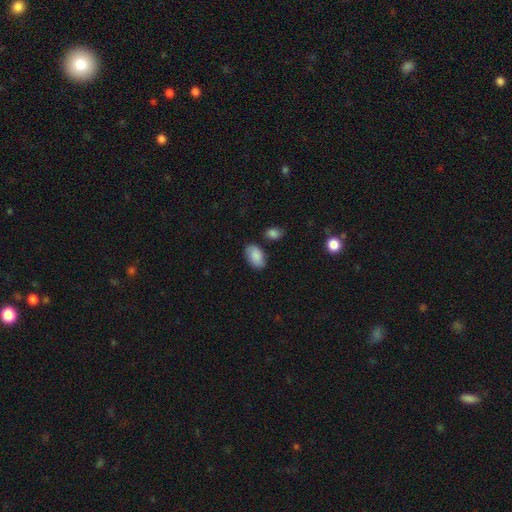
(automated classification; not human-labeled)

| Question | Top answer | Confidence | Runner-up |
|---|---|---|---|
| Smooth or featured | smooth | 86% | star or artifact (7%) |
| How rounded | in between | 92% | round (7%) |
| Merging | none | 78% | minor disturbance (15%) |